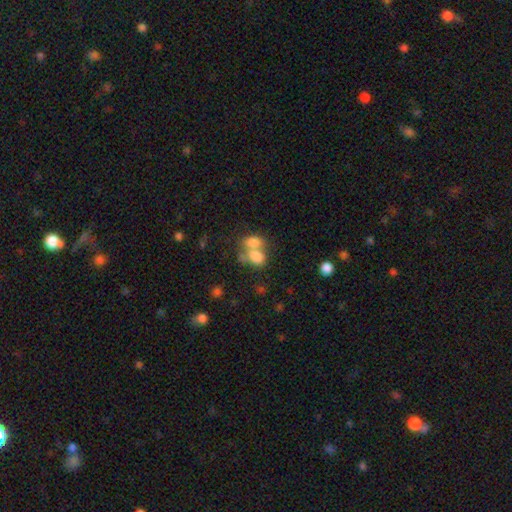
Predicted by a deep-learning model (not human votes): smooth-or-featured: smooth: 75% | featured or disk: 14% | star or artifact: 11%
  how-rounded: in between: 72% | round: 27% | cigar-shaped: 1%
  merging: merger: 64% | none: 22% | minor disturbance: 8% | major disturbance: 6%